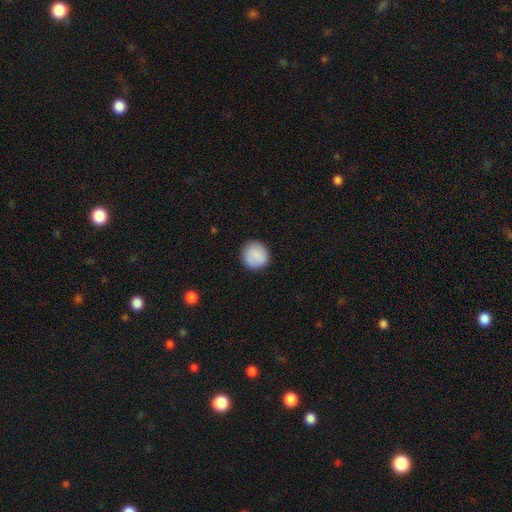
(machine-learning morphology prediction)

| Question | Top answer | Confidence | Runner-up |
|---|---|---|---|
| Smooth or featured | smooth | 87% | star or artifact (7%) |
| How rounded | round | 92% | in between (7%) |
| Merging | none | 88% | minor disturbance (9%) |